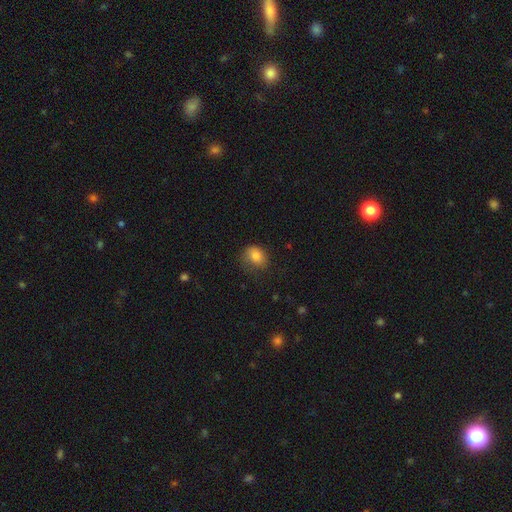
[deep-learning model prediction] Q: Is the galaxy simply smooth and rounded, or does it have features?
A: smooth — 83%.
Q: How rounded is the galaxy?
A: in between — 53%.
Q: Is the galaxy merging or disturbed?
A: none — 63%.